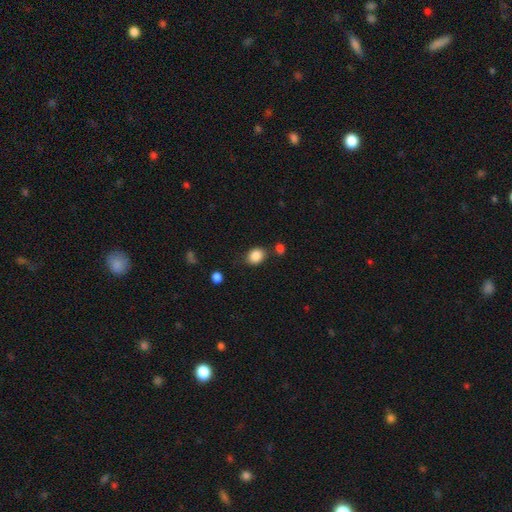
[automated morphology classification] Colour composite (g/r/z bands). It shows a smooth galaxy with no disk features (87%) that is in between round and cigar-shaped (54%). Merging: none (76%).